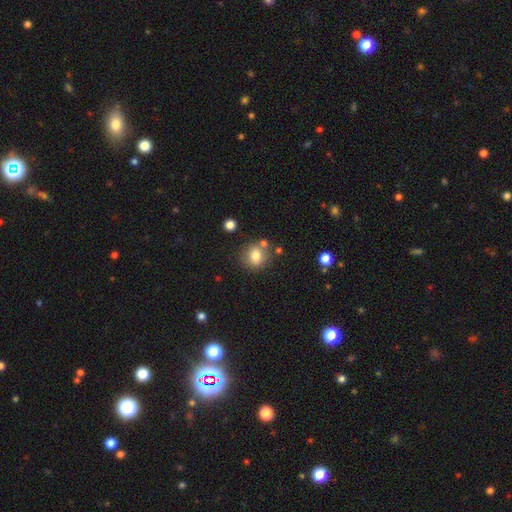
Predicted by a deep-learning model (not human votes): A smooth galaxy with no disk features (80%) that is round (76%).

Vote fractions:
- Smooth or featured? smooth: 80% / star or artifact: 11% / featured or disk: 9%
- How rounded? round: 76% / in between: 23% / cigar-shaped: 1%
- Merging? none: 73% / minor disturbance: 13% / merger: 11% / major disturbance: 4%